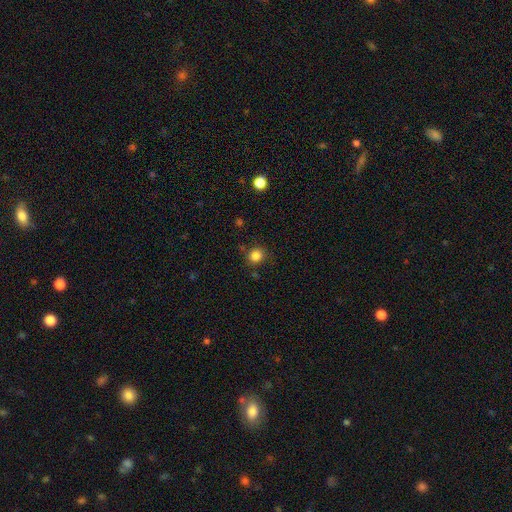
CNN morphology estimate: This is clearly a smooth galaxy (84%). How rounded: clearly round (87%). Merging: clearly none (83%).